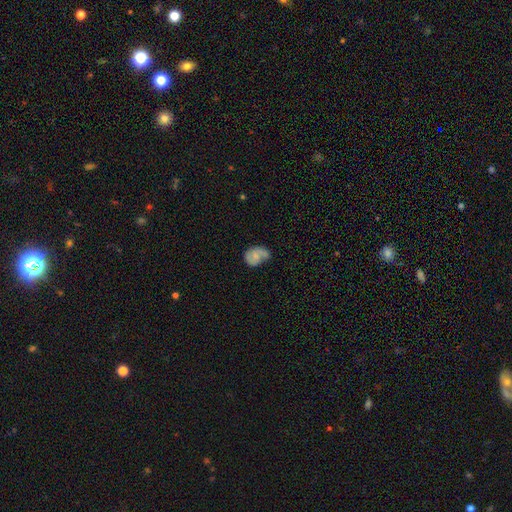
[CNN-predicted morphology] Q: Smooth or featured?
A: featured or disk (50%); runner-up: smooth (42%)
Q: Merging?
A: none (44%); runner-up: minor disturbance (33%)